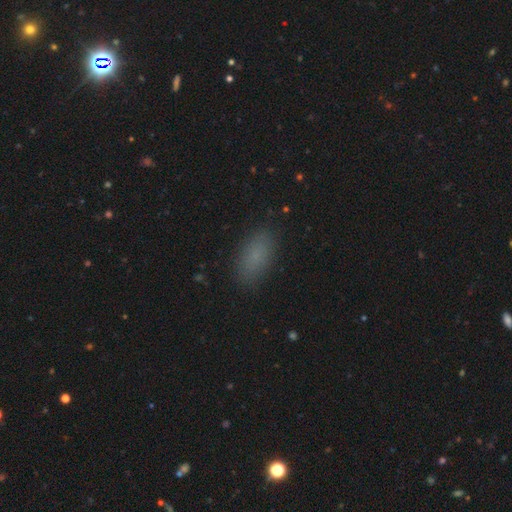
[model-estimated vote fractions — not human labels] Morphology: type=smooth (81%); roundness=in between (89%); merging=none (87%).